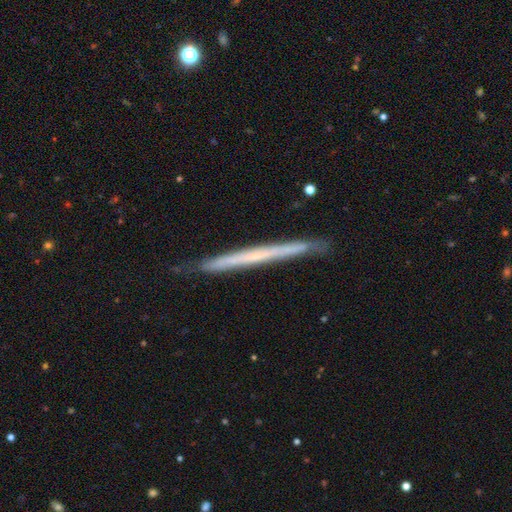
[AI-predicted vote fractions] Morphology: type=featured or disk (58%); edge-on=yes (96%); edge-on bulge=none (89%); merging=none (85%).